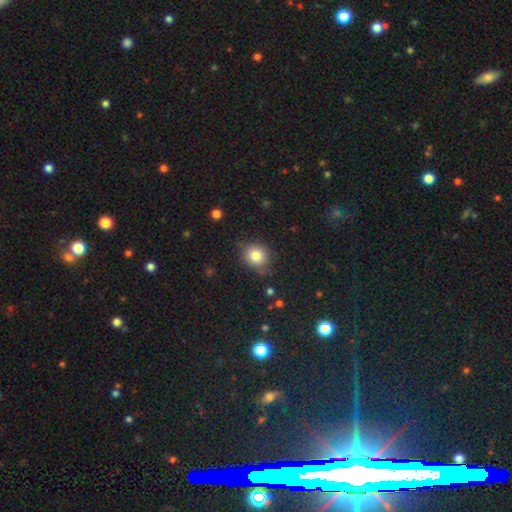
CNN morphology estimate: This is clearly a smooth galaxy (81%). How rounded: likely round (78%). Merging: likely none (74%).